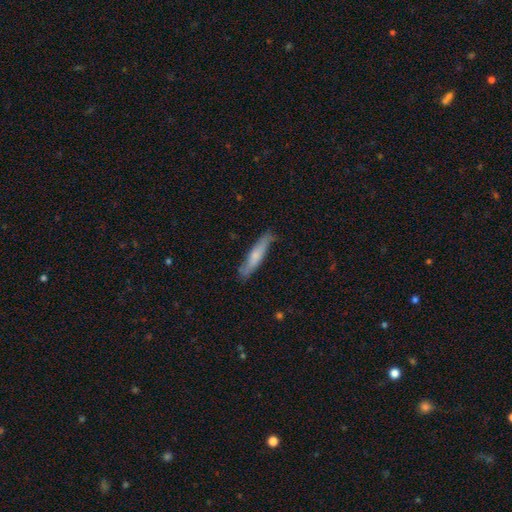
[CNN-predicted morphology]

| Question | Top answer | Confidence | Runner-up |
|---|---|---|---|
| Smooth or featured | smooth | 62% | featured or disk (33%) |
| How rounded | cigar-shaped | 89% | in between (10%) |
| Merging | none | 80% | minor disturbance (16%) |